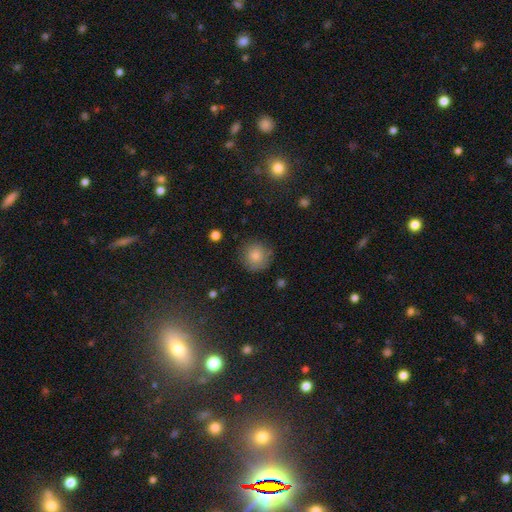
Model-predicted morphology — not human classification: A smooth galaxy with no disk features (81%) that is round (93%).

Vote fractions:
- Smooth or featured? smooth: 81% / star or artifact: 10% / featured or disk: 9%
- How rounded? round: 93% / in between: 6% / cigar-shaped: 1%
- Merging? none: 82% / minor disturbance: 13% / major disturbance: 4% / merger: 2%